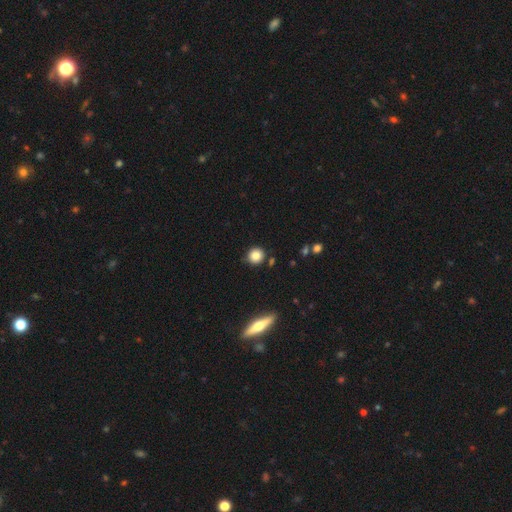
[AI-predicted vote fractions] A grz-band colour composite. It shows a smooth galaxy with no disk features (84%) that is round (90%). Merging: none (86%).